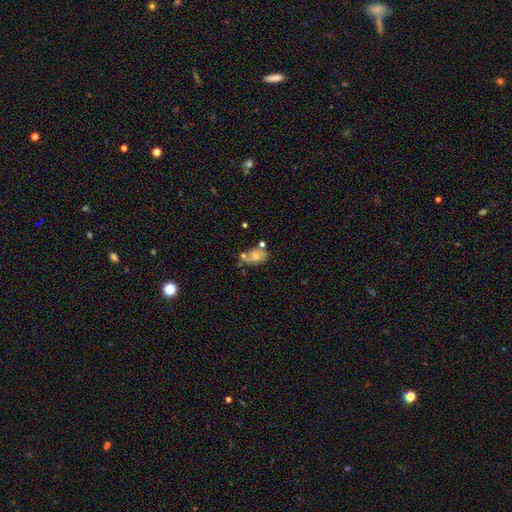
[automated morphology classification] Smooth or featured?
  - featured or disk: 56% *
  - smooth: 33%
  - star or artifact: 10%
Edge-on disk?
  - no: 96% *
  - yes: 4%
Bar?
  - no: 65% *
  - weak: 29%
  - strong: 6%
Spiral arms?
  - yes: 77% *
  - no: 23%
Bulge size?
  - moderate: 48% *
  - small: 34%
  - none: 9%
  - large: 7%
  - dominant: 2%
Merging?
  - none: 41% *
  - minor disturbance: 24%
  - merger: 21%
  - major disturbance: 14%